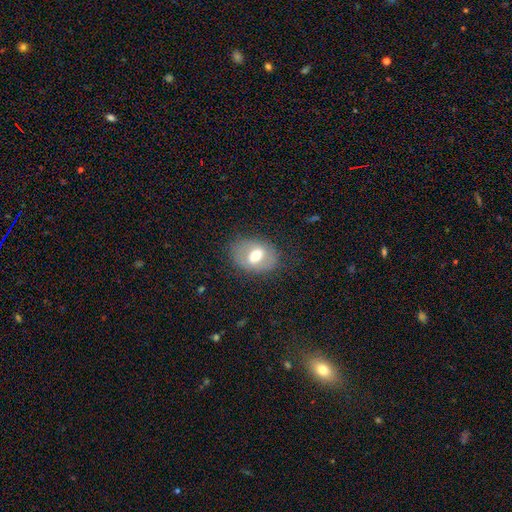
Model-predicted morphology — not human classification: This is possibly a smooth galaxy (55%). How rounded: likely in between (70%). Merging: likely none (73%).